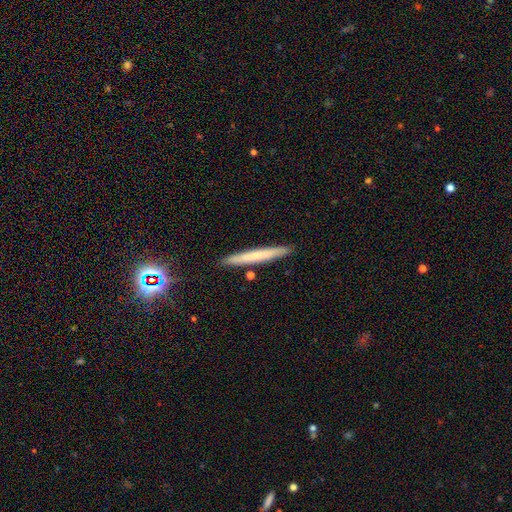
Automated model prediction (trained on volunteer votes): A smooth galaxy with no disk features (62%) that is cigar-shaped (97%). Merging: none (89%).